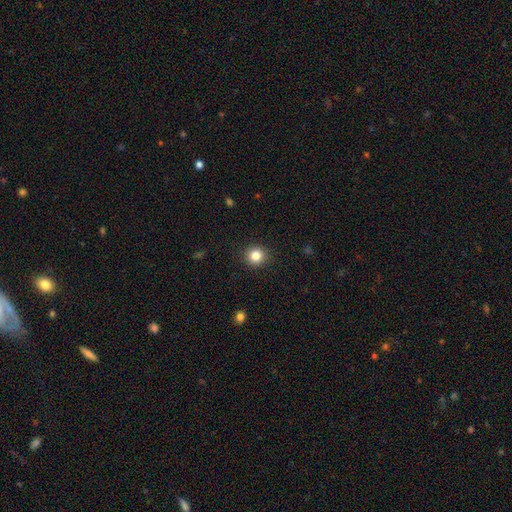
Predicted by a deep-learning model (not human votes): Smooth or featured?
  - smooth: 83% *
  - star or artifact: 11%
  - featured or disk: 6%
How rounded?
  - round: 92% *
  - in between: 7%
  - cigar-shaped: 1%
Merging?
  - none: 92% *
  - minor disturbance: 5%
  - major disturbance: 2%
  - merger: 1%